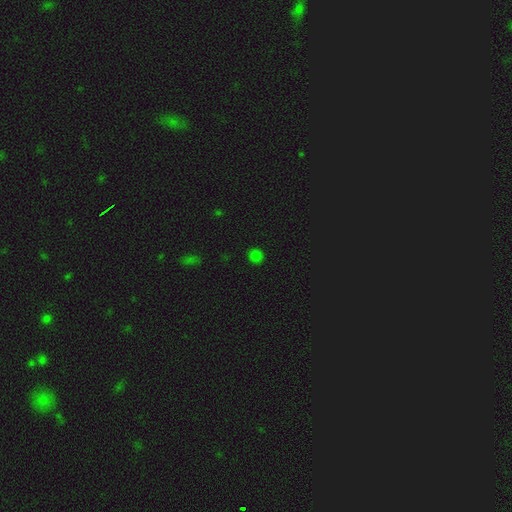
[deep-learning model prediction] Q: Smooth or featured?
A: smooth (78%); runner-up: star or artifact (18%)
Q: How rounded?
A: round (91%); runner-up: in between (8%)
Q: Merging?
A: none (91%); runner-up: minor disturbance (6%)